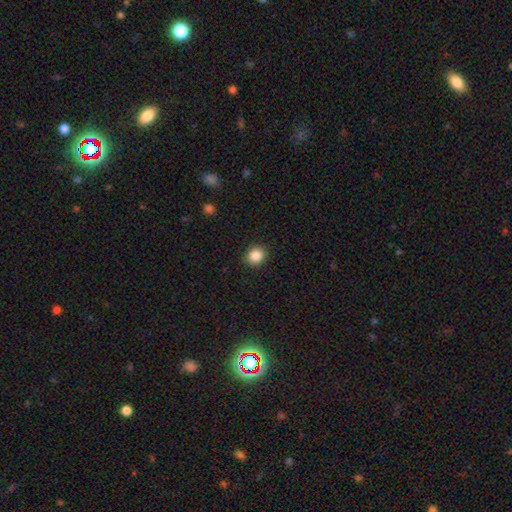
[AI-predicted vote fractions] Q: Smooth or featured?
A: smooth (87%); runner-up: star or artifact (10%)
Q: How rounded?
A: round (75%); runner-up: in between (24%)
Q: Merging?
A: none (90%); runner-up: minor disturbance (7%)